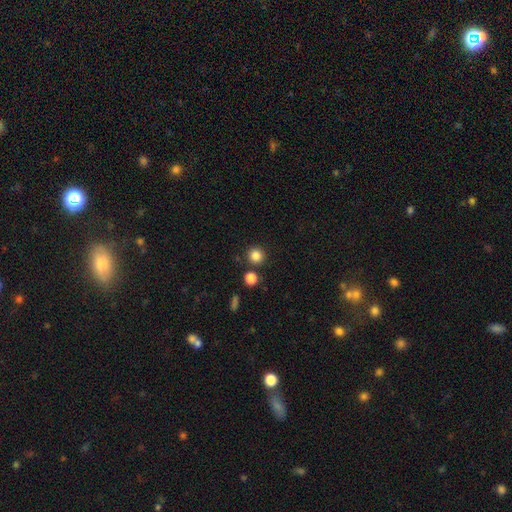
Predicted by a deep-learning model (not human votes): A smooth galaxy with no disk features (85%) that is round (92%). Merging: none (84%).